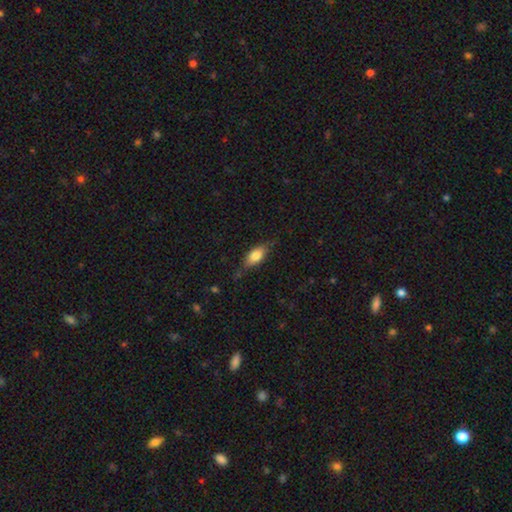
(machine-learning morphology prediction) Q: Smooth or featured?
A: smooth (70%); runner-up: featured or disk (23%)
Q: How rounded?
A: in between (80%); runner-up: cigar-shaped (16%)
Q: Merging?
A: none (68%); runner-up: minor disturbance (24%)